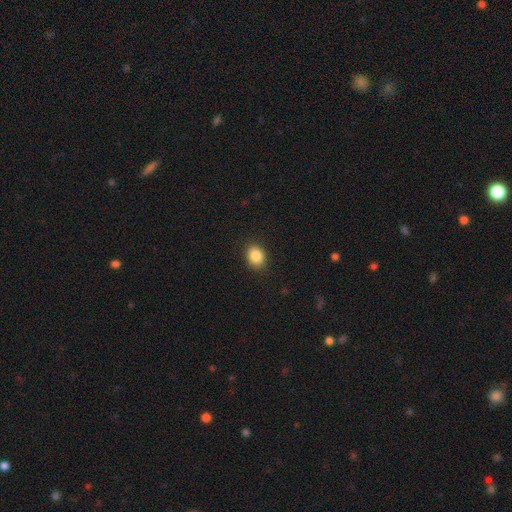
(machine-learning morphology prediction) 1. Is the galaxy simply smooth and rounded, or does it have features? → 87% smooth, 9% star or artifact, 4% featured or disk.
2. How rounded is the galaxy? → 54% in between, 46% round, 1% cigar-shaped.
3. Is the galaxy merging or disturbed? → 89% none, 8% minor disturbance, 2% major disturbance, 1% merger.